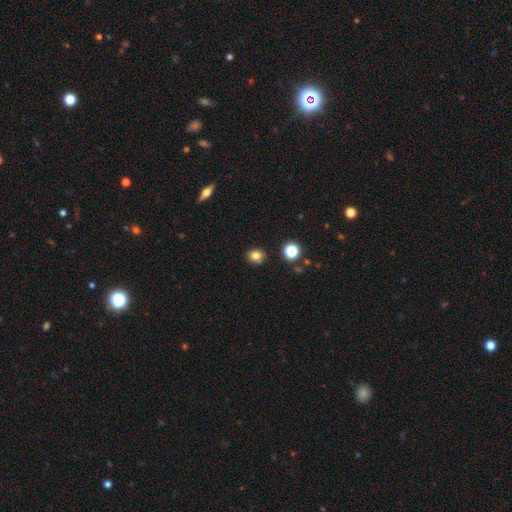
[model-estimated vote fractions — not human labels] smooth_or_featured: smooth (p=0.80) [alt: star or artifact p=0.14]
how_rounded: round (p=0.66) [alt: in between p=0.33]
merging: none (p=0.83) [alt: minor disturbance p=0.11]